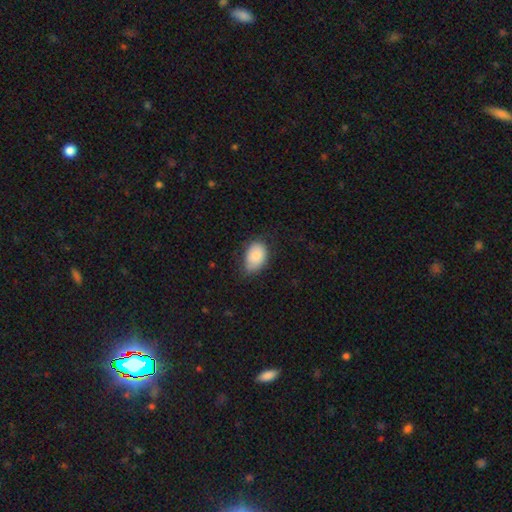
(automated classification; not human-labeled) The model was most divided on "merging": none: 59%, minor disturbance: 32%, major disturbance: 7%, merger: 1%. More confident: how rounded — in between (85%); smooth or featured — smooth (85%).